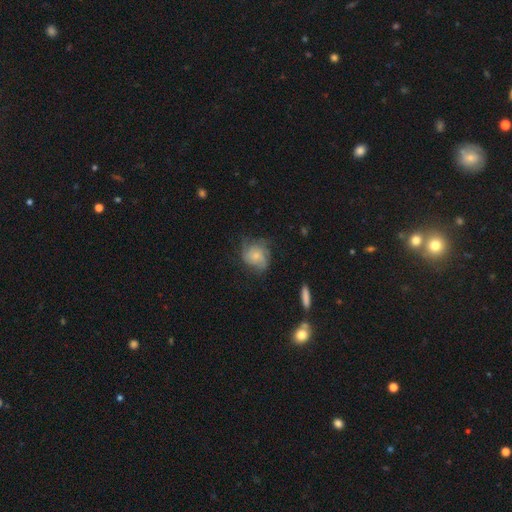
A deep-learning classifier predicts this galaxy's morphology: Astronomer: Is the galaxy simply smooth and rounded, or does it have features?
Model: featured or disk — 49% (runner-up: smooth, 42%).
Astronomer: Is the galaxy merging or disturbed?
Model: none — 54%.